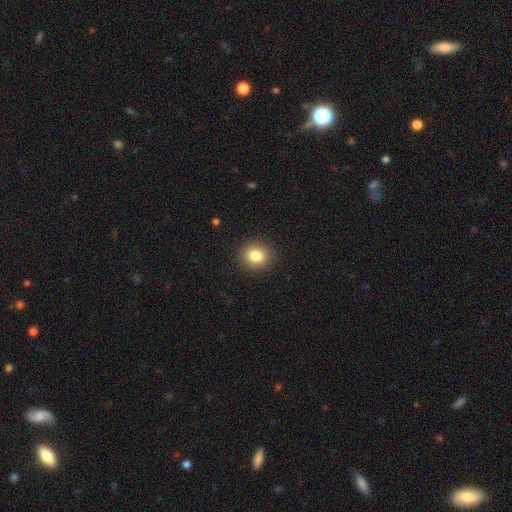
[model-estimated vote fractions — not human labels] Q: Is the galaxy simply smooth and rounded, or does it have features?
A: smooth — 83%.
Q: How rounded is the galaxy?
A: round — 82%.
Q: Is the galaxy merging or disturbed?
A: none — 91%.